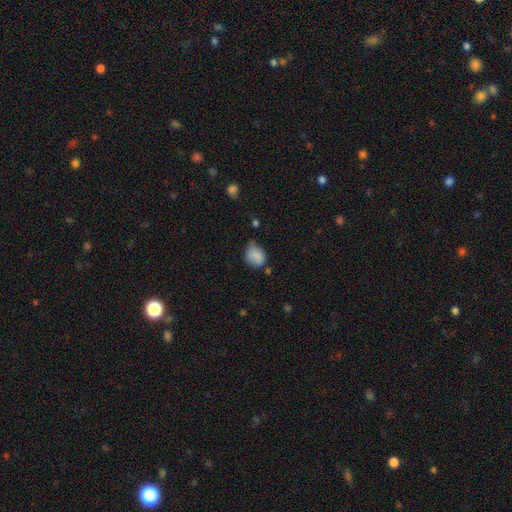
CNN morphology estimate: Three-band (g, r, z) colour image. It shows a smooth galaxy with no disk features (83%) that is round (58%). Merging: none (43%).